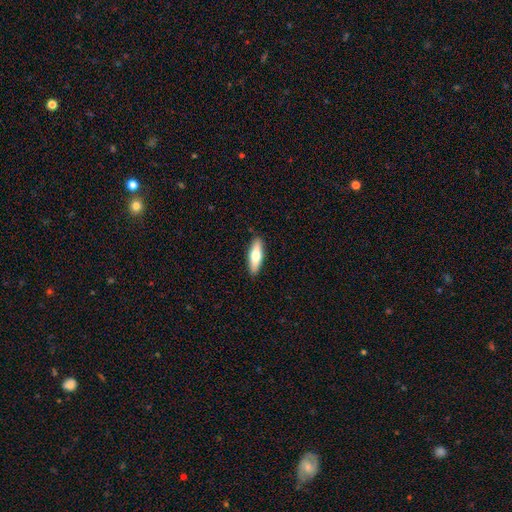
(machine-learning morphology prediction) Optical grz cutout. It shows a smooth galaxy with no disk features (64%) that is cigar-shaped (52%). Merging: none (90%).